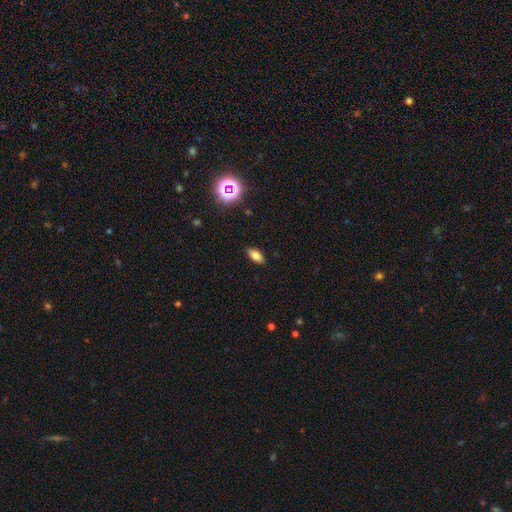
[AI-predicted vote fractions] Smooth or featured?
  - smooth: 75% *
  - featured or disk: 13%
  - star or artifact: 12%
How rounded?
  - in between: 86% *
  - cigar-shaped: 10%
  - round: 4%
Merging?
  - none: 88% *
  - minor disturbance: 9%
  - major disturbance: 2%
  - merger: 1%